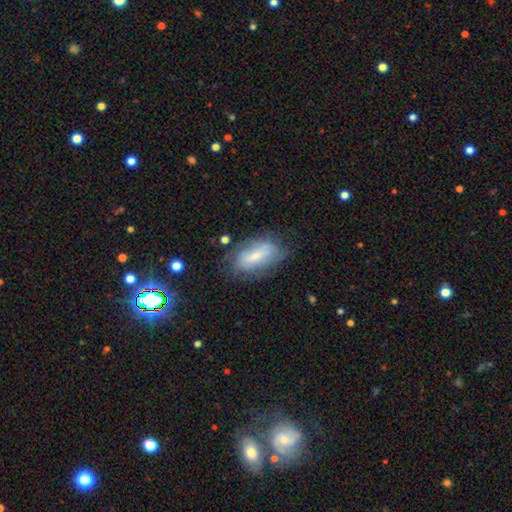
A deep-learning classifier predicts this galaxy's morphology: Q: Smooth or featured?
A: smooth (52%); runner-up: featured or disk (39%)
Q: How rounded?
A: in between (86%); runner-up: cigar-shaped (10%)
Q: Merging?
A: none (61%); runner-up: minor disturbance (25%)